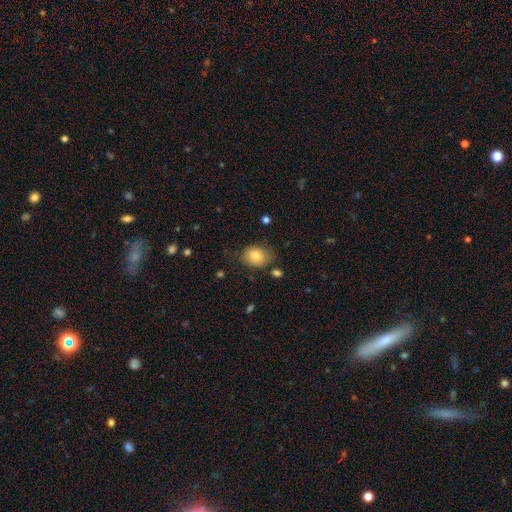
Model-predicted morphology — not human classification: Overall: smooth (79%). How rounded: in between (58%; round 41%). Merging: none (71%).